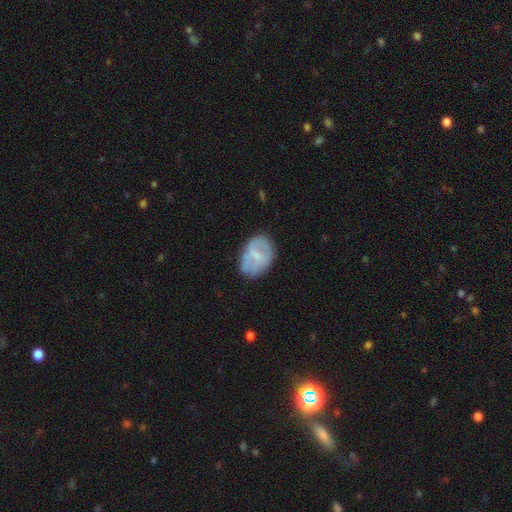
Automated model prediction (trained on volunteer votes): Smooth or featured? smooth (46%, tied with featured or disk)
Merging? none (65%)